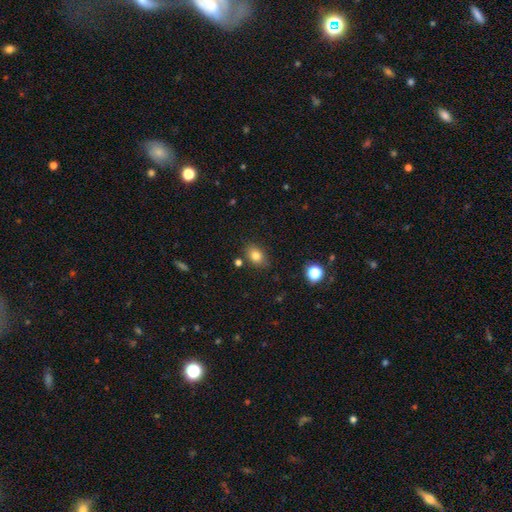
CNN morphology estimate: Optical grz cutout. It shows a smooth galaxy with no disk features (80%) that is in between round and cigar-shaped (71%). Merging: none (80%).